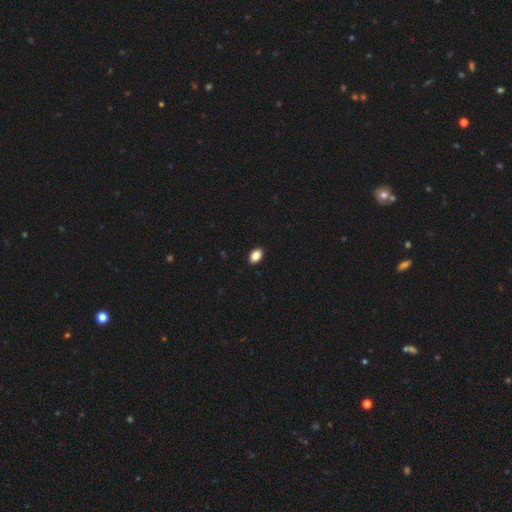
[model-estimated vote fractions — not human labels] Q: Smooth or featured?
A: smooth (87%); runner-up: star or artifact (9%)
Q: How rounded?
A: in between (85%); runner-up: round (13%)
Q: Merging?
A: none (90%); runner-up: minor disturbance (7%)